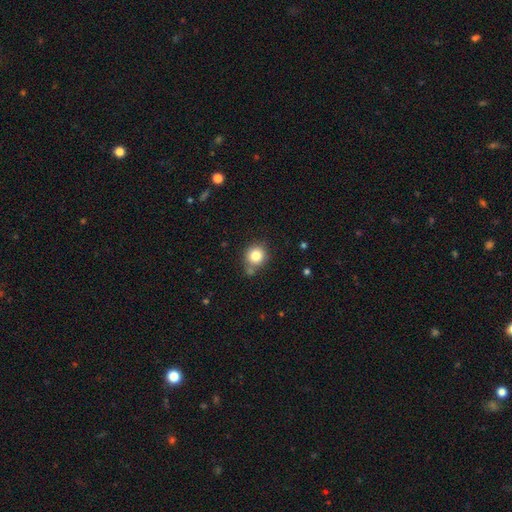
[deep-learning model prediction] smooth-or-featured: smooth: 81% | star or artifact: 11% | featured or disk: 8%
  how-rounded: round: 86% | in between: 13% | cigar-shaped: 1%
  merging: none: 72% | minor disturbance: 14% | merger: 11% | major disturbance: 4%